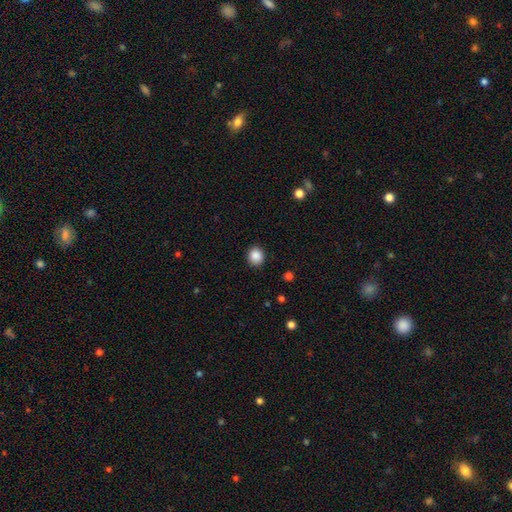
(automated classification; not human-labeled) smooth 88%, star or artifact 9%, featured or disk 3%. Down the decision tree: how rounded — round (77%); merging — none (90%).